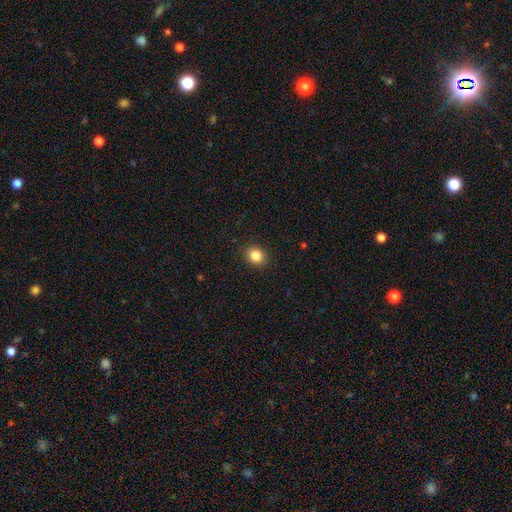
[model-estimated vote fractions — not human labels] smooth-or-featured: smooth: 85% | star or artifact: 11% | featured or disk: 5%
  how-rounded: round: 64% | in between: 35% | cigar-shaped: 1%
  merging: none: 90% | minor disturbance: 7% | major disturbance: 2% | merger: 1%